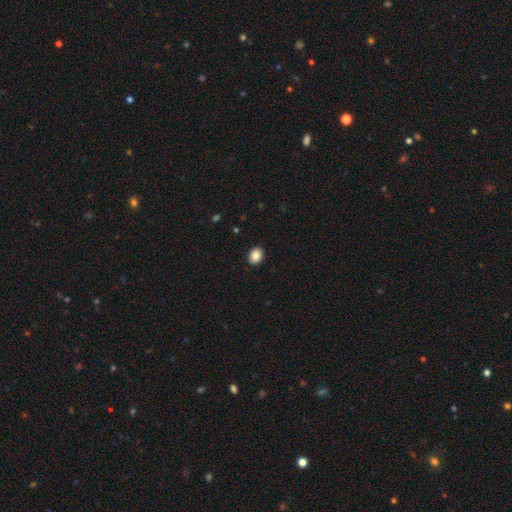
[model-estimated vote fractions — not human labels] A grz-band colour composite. It shows a smooth galaxy with no disk features (87%) that is round (52%). Merging: none (92%).